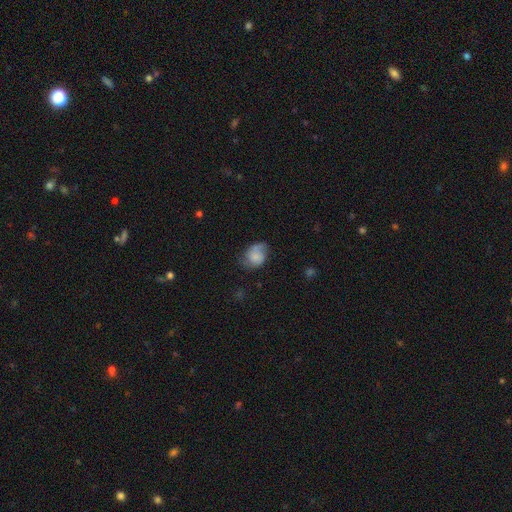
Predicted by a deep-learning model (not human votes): Smooth or featured? smooth (68%)
How rounded? in between (63%)
Merging? none (47%)